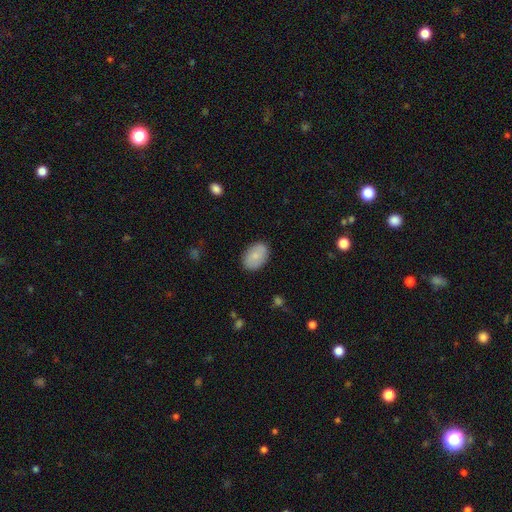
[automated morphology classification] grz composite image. It shows a smooth galaxy with no disk features (81%) that is in between round and cigar-shaped (89%). Merging: none (87%).